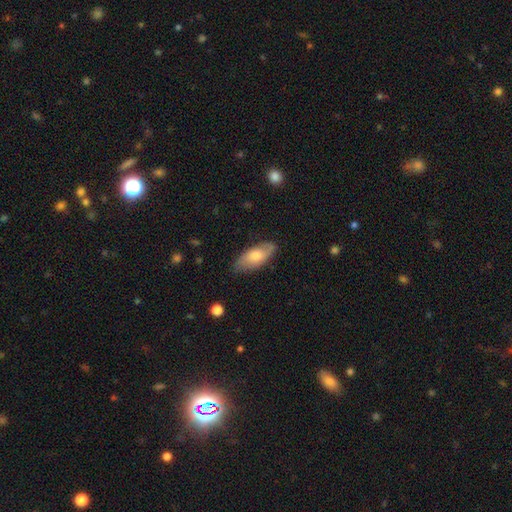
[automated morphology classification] Q: Smooth or featured?
A: smooth (65%); runner-up: featured or disk (29%)
Q: How rounded?
A: in between (86%); runner-up: cigar-shaped (12%)
Q: Merging?
A: none (77%); runner-up: minor disturbance (18%)